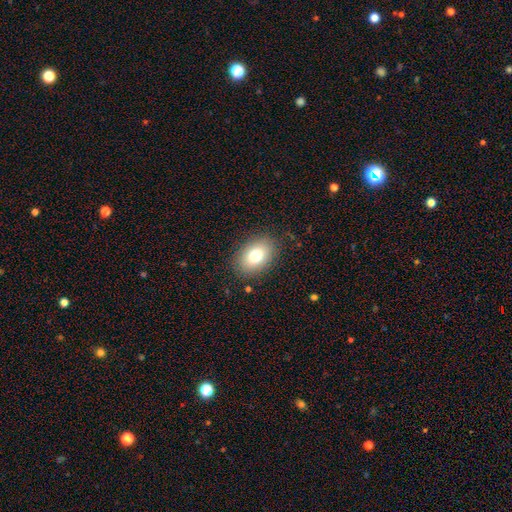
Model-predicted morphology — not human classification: Smooth or featured? smooth (77%)
How rounded? in between (79%)
Merging? none (85%)